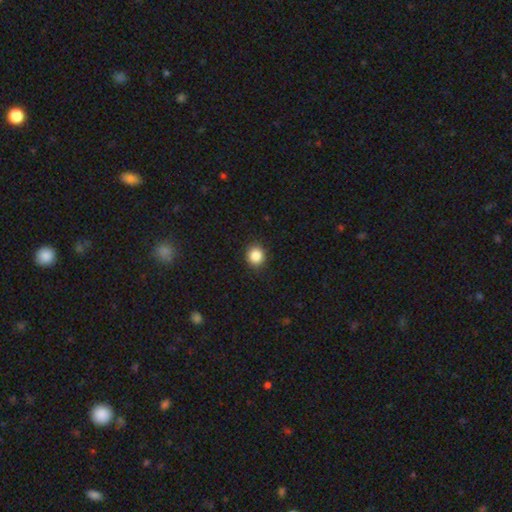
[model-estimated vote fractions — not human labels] Overall: smooth (87%). How rounded: round (87%). Merging: none (91%).